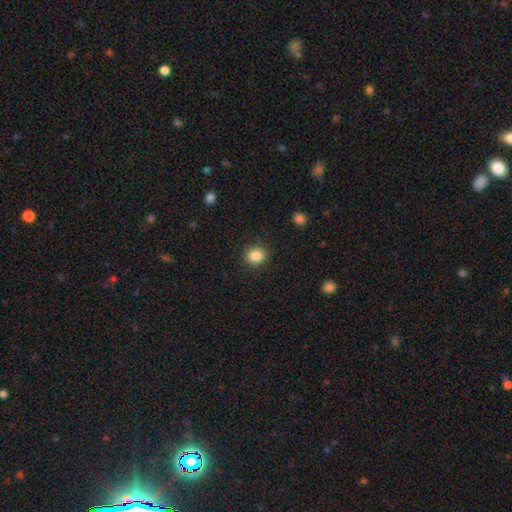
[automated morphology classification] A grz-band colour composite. It shows a smooth galaxy with no disk features (85%) that is round (81%). Merging: none (89%).